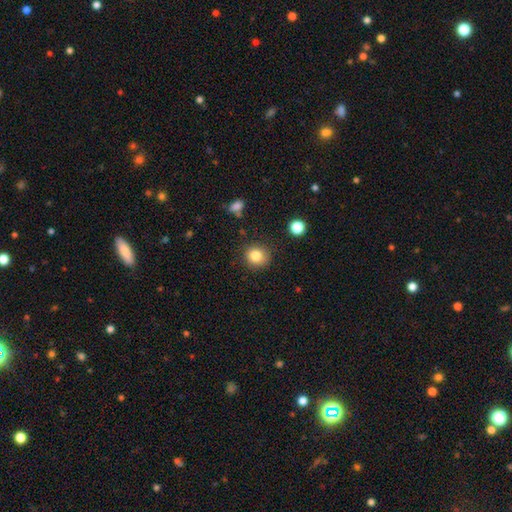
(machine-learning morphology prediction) Smooth or featured? smooth (82%)
How rounded? round (87%)
Merging? none (87%)